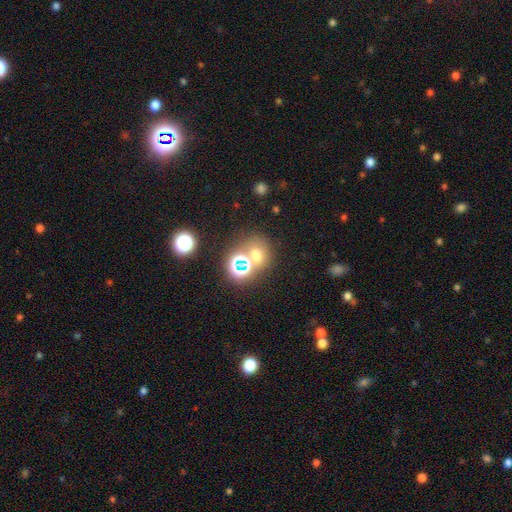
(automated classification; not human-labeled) Smooth or featured?
  - smooth: 55% *
  - star or artifact: 34%
  - featured or disk: 11%
How rounded?
  - round: 72% *
  - in between: 27%
  - cigar-shaped: 1%
Merging?
  - none: 60% *
  - merger: 26%
  - minor disturbance: 9%
  - major disturbance: 5%